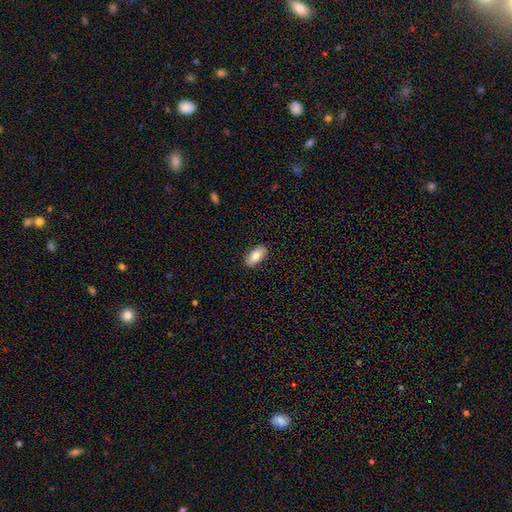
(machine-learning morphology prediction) smooth 81%, featured or disk 13%, star or artifact 6%. Down the decision tree: how rounded — in between (93%); merging — none (89%).